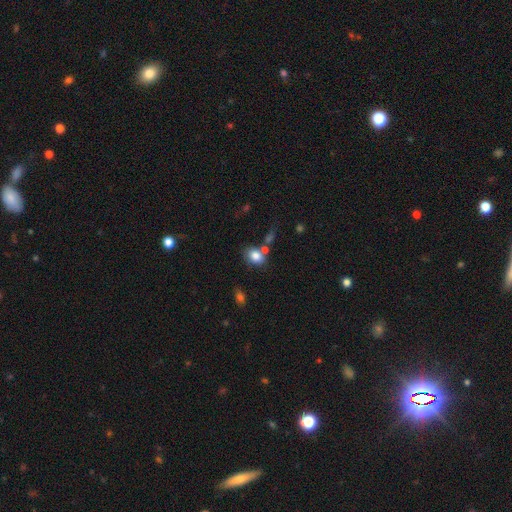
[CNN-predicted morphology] Smooth or featured? smooth (82%)
How rounded? in between (66%)
Merging? none (57%)